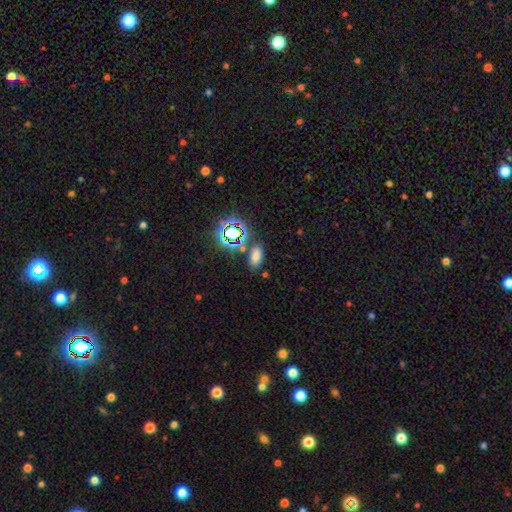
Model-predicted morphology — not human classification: smooth-or-featured: smooth: 69% | star or artifact: 24% | featured or disk: 7%
  how-rounded: in between: 89% | round: 8% | cigar-shaped: 4%
  merging: none: 76% | minor disturbance: 12% | merger: 8% | major disturbance: 4%